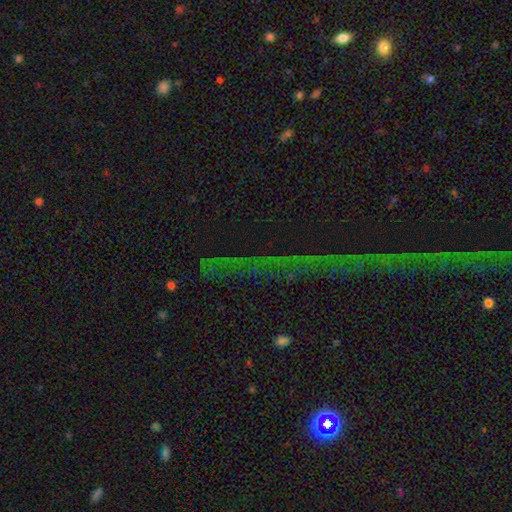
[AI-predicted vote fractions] Morphology: type=star or artifact (72%).